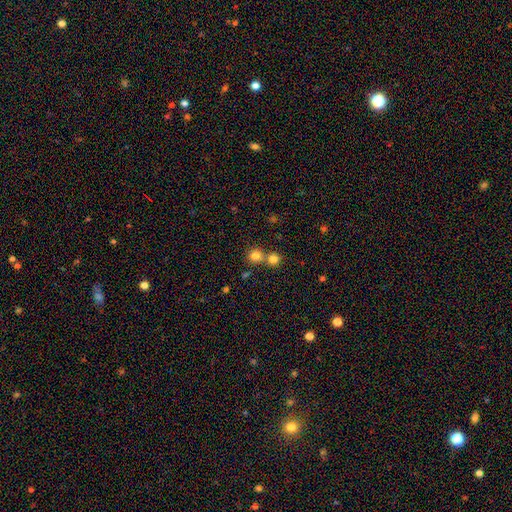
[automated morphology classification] A smooth galaxy with no disk features (79%) that is round (92%).

Vote fractions:
- Smooth or featured? smooth: 79% / star or artifact: 14% / featured or disk: 7%
- How rounded? round: 92% / in between: 7% / cigar-shaped: 1%
- Merging? none: 58% / merger: 34% / minor disturbance: 5% / major disturbance: 2%